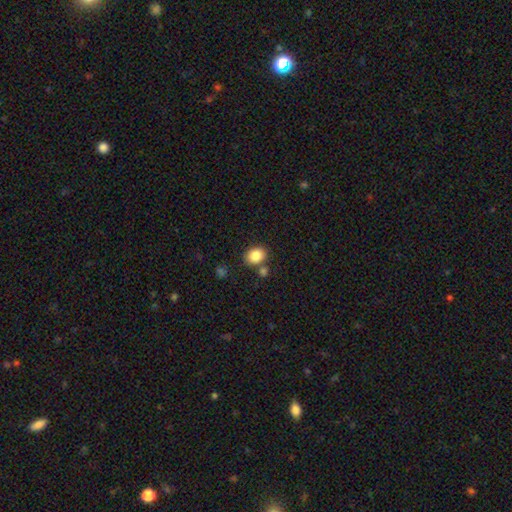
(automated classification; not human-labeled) Smooth or featured? Predicted: smooth (p=0.85). How rounded? Predicted: in between (p=0.52). Merging? Predicted: none (p=0.73).